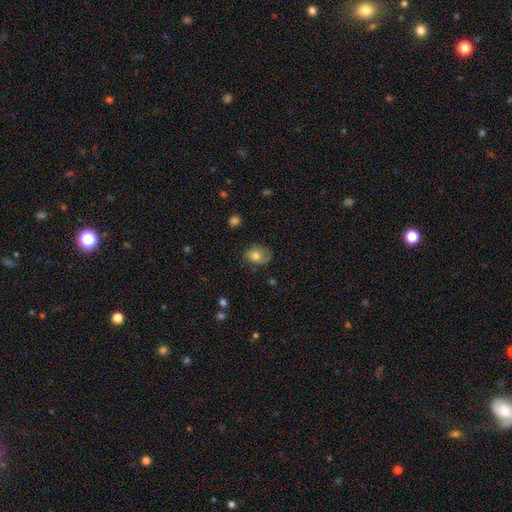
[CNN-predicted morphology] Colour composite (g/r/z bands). It shows a smooth galaxy with no disk features (71%) that is in between round and cigar-shaped (59%). Merging: none (60%).